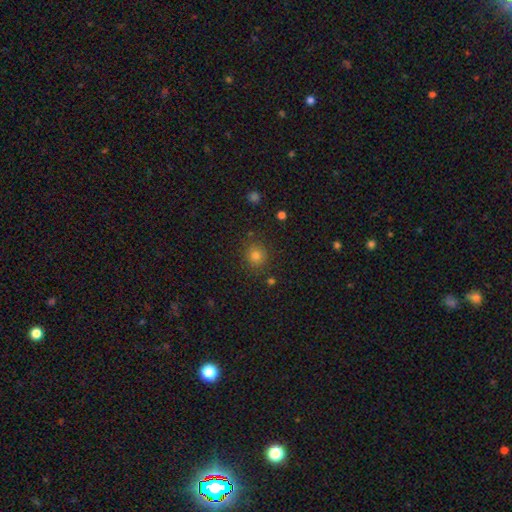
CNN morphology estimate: This appears to be a smooth galaxy with no disk features (77%) that is round (88%). Merging: none (87%).